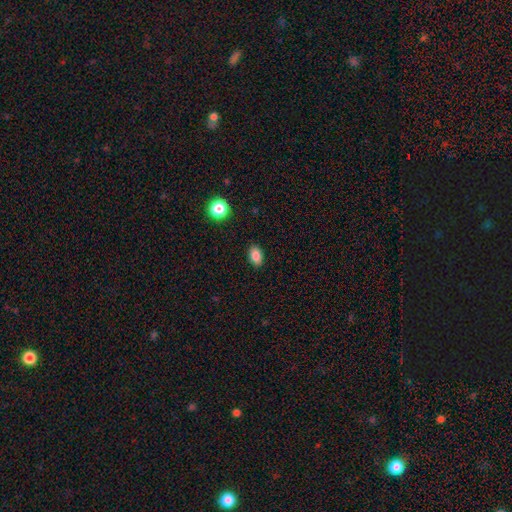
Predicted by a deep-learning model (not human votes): Overall: smooth (85%). How rounded: in between (87%). Merging: none (89%).